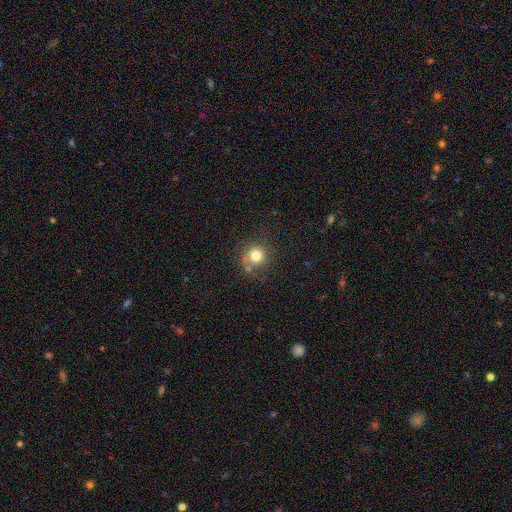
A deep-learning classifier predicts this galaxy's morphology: Smooth or featured: smooth — 78% (star or artifact — 13%)
How rounded: round — 92% (in between — 7%)
Merging: none — 70% (minor disturbance — 13%)